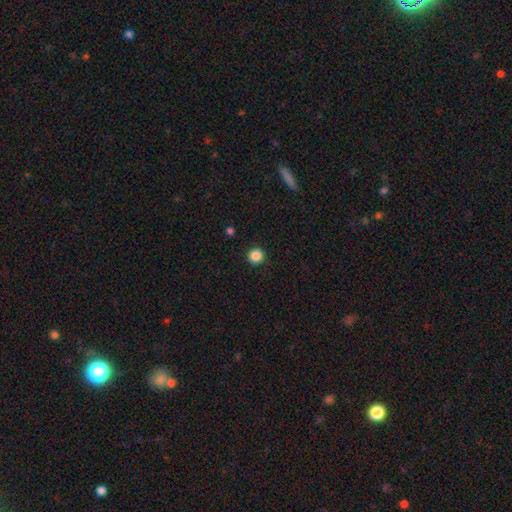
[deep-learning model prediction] Smooth or featured: smooth — 86% (star or artifact — 11%)
How rounded: round — 94% (in between — 5%)
Merging: none — 92% (minor disturbance — 5%)